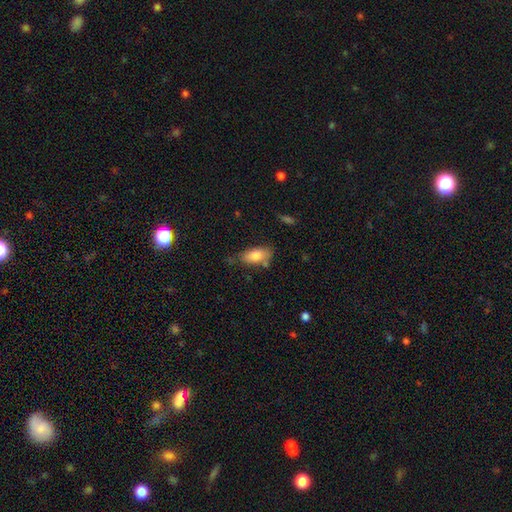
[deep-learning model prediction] Smooth or featured?
  - smooth: 80% *
  - featured or disk: 13%
  - star or artifact: 7%
How rounded?
  - in between: 89% *
  - cigar-shaped: 8%
  - round: 4%
Merging?
  - none: 66% *
  - minor disturbance: 22%
  - merger: 7%
  - major disturbance: 5%